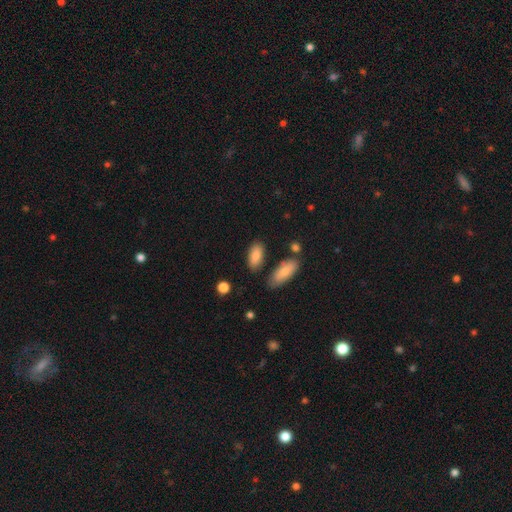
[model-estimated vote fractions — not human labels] Overall: smooth (83%). How rounded: in between (89%). Merging: none (77%).